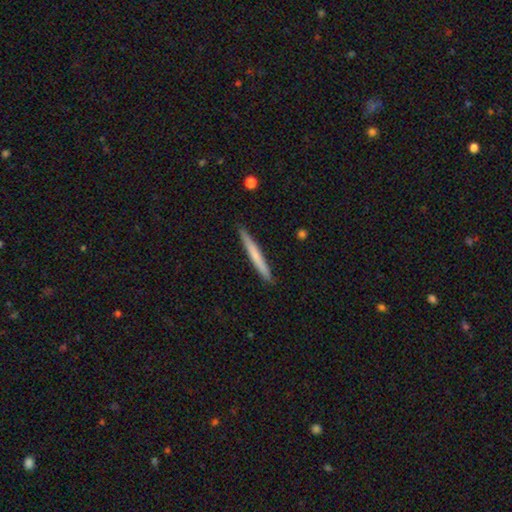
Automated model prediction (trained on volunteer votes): A smooth galaxy with no disk features (61%) that is cigar-shaped (97%).

Vote fractions:
- Smooth or featured? smooth: 61% / featured or disk: 34% / star or artifact: 5%
- How rounded? cigar-shaped: 97% / in between: 2% / round: 1%
- Merging? none: 91% / minor disturbance: 7% / major disturbance: 1% / merger: 1%